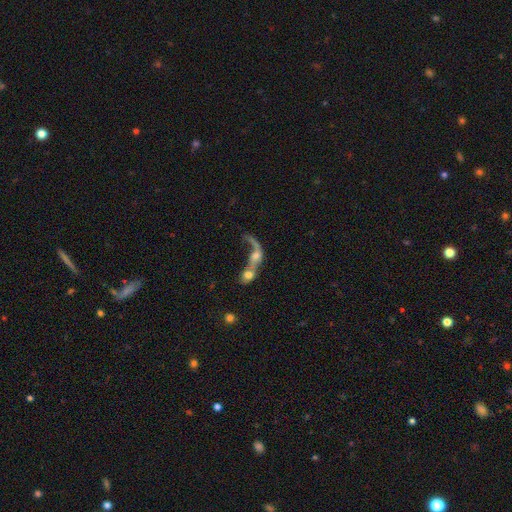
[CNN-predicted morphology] featured or disk 49%, smooth 39%, star or artifact 12%. Down the decision tree: merging — merger (74%).